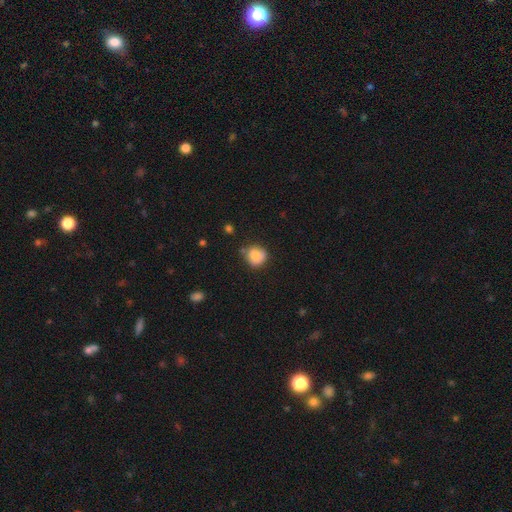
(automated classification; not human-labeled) A smooth galaxy with no disk features (77%) that is round (84%).

Vote fractions:
- Smooth or featured? smooth: 77% / featured or disk: 14% / star or artifact: 9%
- How rounded? round: 84% / in between: 15% / cigar-shaped: 1%
- Merging? none: 65% / minor disturbance: 24% / major disturbance: 5% / merger: 5%